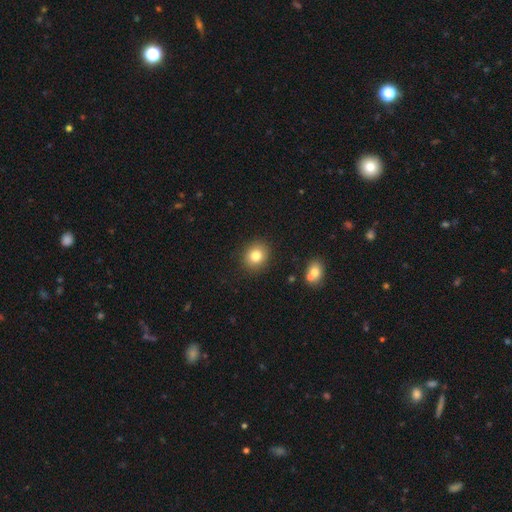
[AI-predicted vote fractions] Morphology: type=smooth (81%); roundness=round (72%); merging=none (89%).